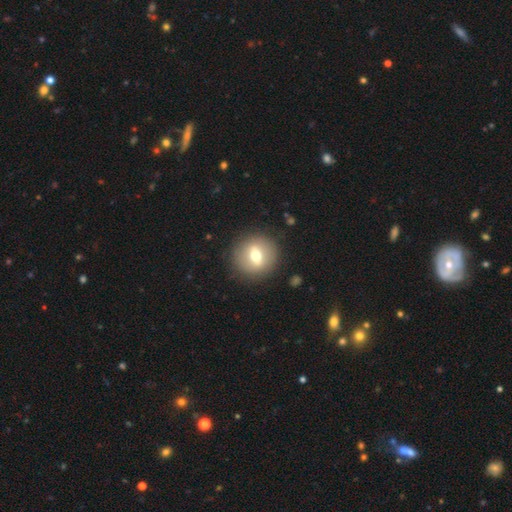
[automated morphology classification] Smooth or featured: smooth — 50% (featured or disk — 41%)
Merging: none — 88% (minor disturbance — 7%)